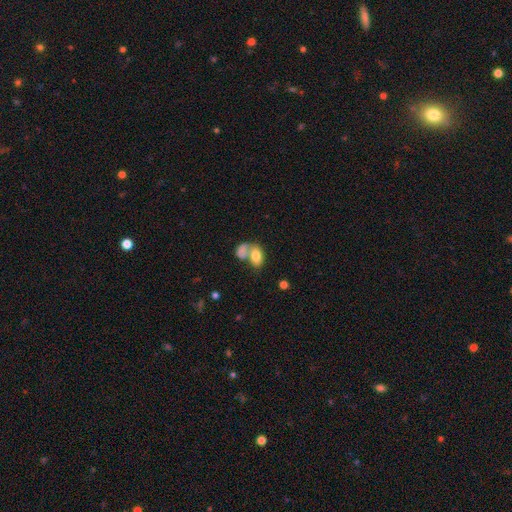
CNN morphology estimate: Smooth or featured?
  - smooth: 76% *
  - featured or disk: 16%
  - star or artifact: 8%
How rounded?
  - in between: 82% *
  - round: 16%
  - cigar-shaped: 2%
Merging?
  - merger: 59% *
  - none: 23%
  - minor disturbance: 10%
  - major disturbance: 8%